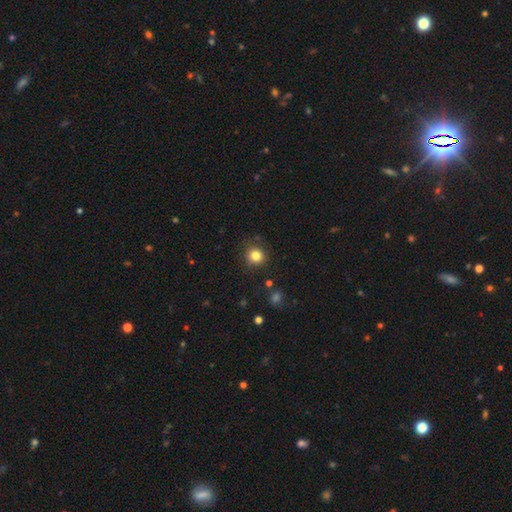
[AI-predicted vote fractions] Q: Smooth or featured?
A: smooth (82%); runner-up: star or artifact (12%)
Q: How rounded?
A: round (90%); runner-up: in between (10%)
Q: Merging?
A: none (85%); runner-up: minor disturbance (10%)